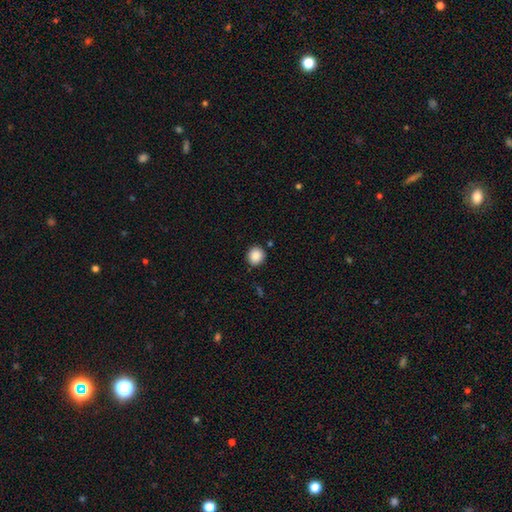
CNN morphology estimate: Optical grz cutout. It shows a smooth galaxy with no disk features (88%) that is round (87%). Merging: none (87%).